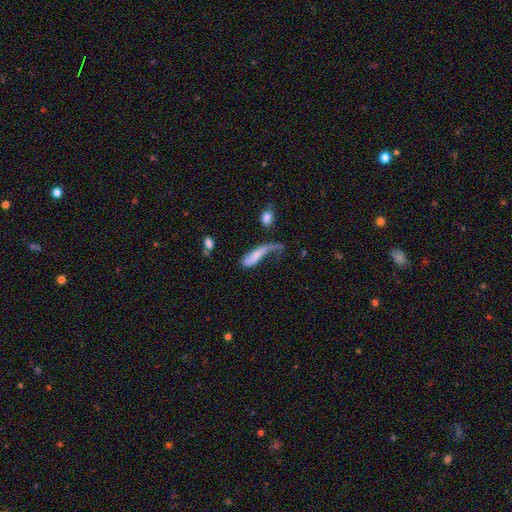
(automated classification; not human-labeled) Smooth or featured: smooth — 53% (featured or disk — 39%)
How rounded: cigar-shaped — 50% (in between — 46%)
Merging: major disturbance — 52% (none — 19%)